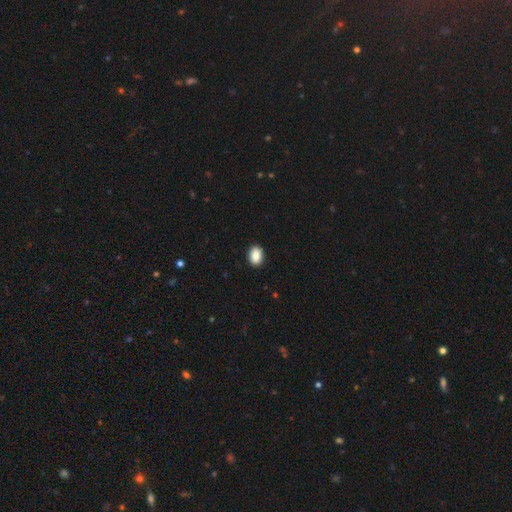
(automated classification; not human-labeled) smooth-or-featured: smooth: 86% | star or artifact: 8% | featured or disk: 6%
  how-rounded: in between: 73% | round: 26% | cigar-shaped: 1%
  merging: none: 91% | minor disturbance: 6% | major disturbance: 2% | merger: 1%